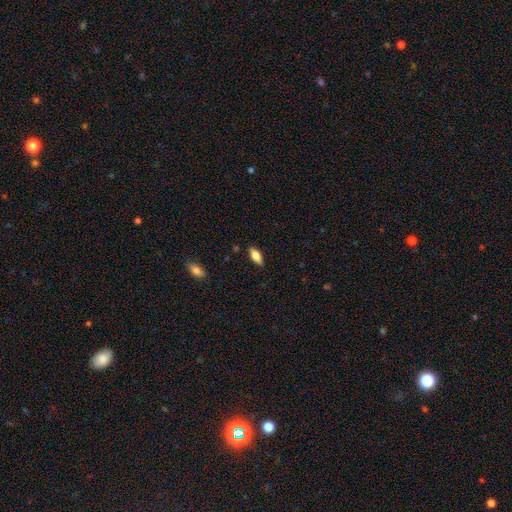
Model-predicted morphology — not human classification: smooth 72%, featured or disk 21%, star or artifact 7%. Down the decision tree: how rounded — in between (82%); merging — none (86%).